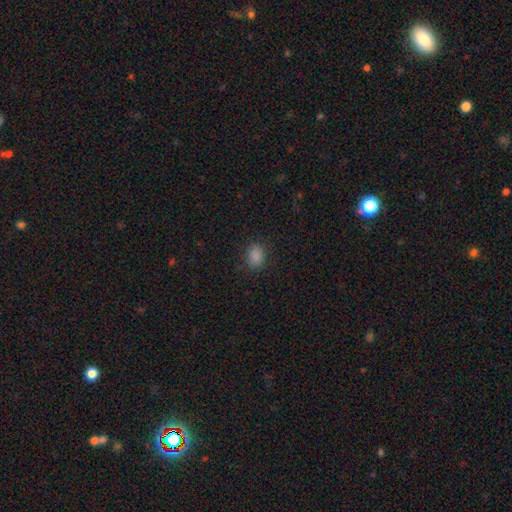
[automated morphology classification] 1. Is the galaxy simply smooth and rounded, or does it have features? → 86% smooth, 12% star or artifact, 3% featured or disk.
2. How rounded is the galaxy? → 70% in between, 29% round, 1% cigar-shaped.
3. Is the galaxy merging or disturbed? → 85% none, 11% minor disturbance, 3% major disturbance, 1% merger.